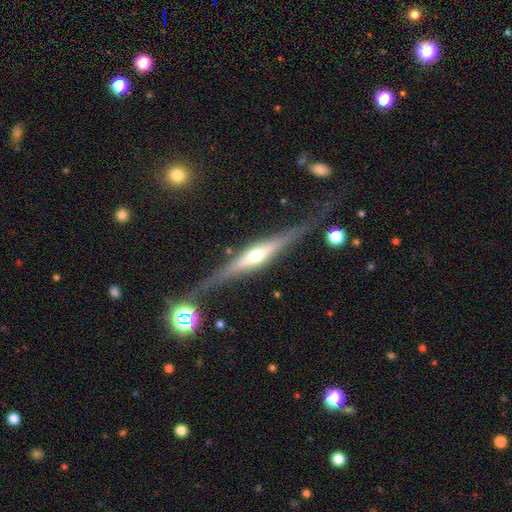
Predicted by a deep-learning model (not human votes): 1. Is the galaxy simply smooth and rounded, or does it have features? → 80% featured or disk, 15% smooth, 6% star or artifact.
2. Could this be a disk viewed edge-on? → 97% yes, 3% no.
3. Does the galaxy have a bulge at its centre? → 84% rounded, 11% boxy, 5% none.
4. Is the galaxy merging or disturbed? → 78% none, 14% minor disturbance, 5% major disturbance, 3% merger.